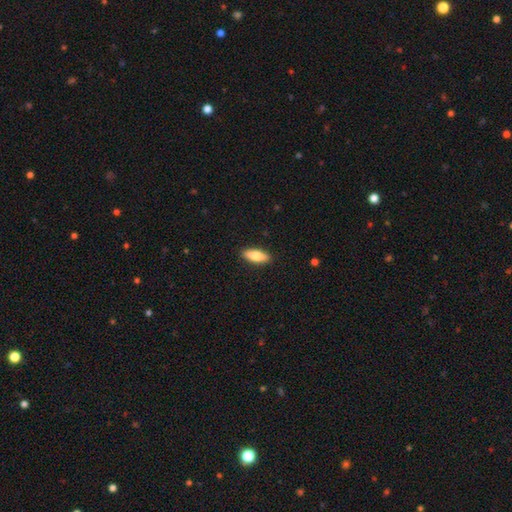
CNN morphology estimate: smooth_or_featured: smooth (p=0.77) [alt: featured or disk p=0.17]
how_rounded: in between (p=0.67) [alt: cigar-shaped p=0.30]
merging: none (p=0.90) [alt: minor disturbance p=0.07]